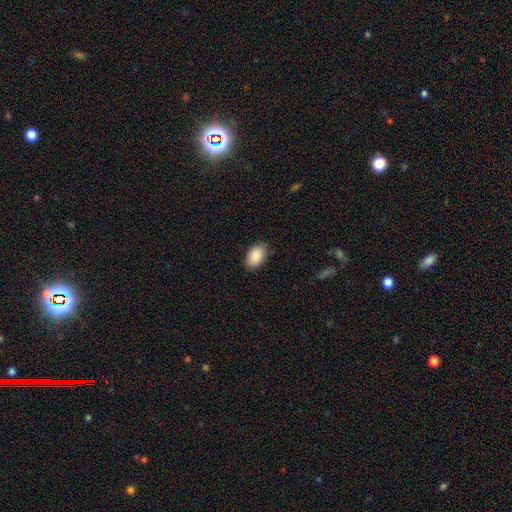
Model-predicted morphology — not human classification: smooth 90%, star or artifact 6%, featured or disk 4%. Down the decision tree: how rounded — in between (93%); merging — none (84%).